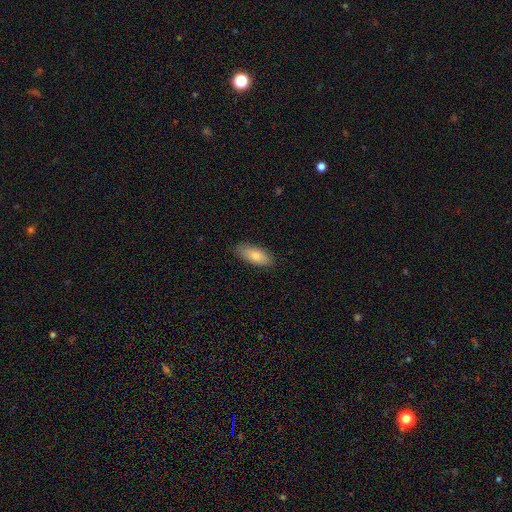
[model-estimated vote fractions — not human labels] A smooth galaxy with no disk features (80%) that is in between round and cigar-shaped (84%). Merging: none (85%).